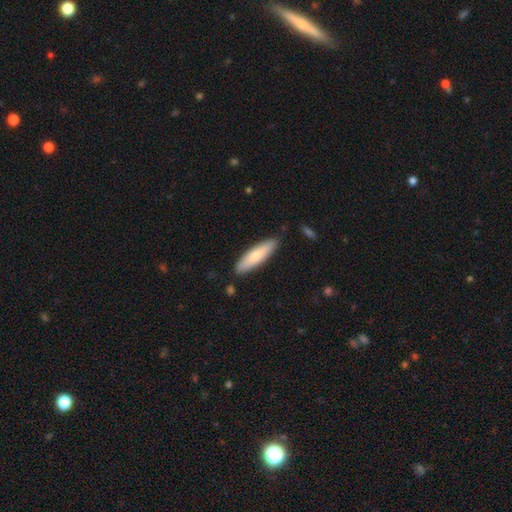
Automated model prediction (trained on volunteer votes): Smooth or featured? smooth (72%)
How rounded? cigar-shaped (63%)
Merging? none (86%)